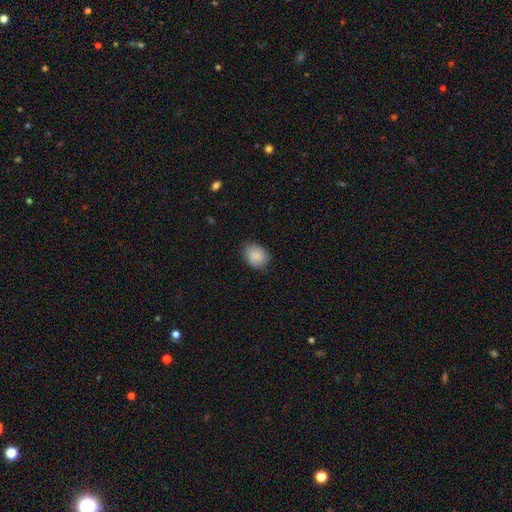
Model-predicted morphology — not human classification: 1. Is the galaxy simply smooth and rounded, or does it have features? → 89% smooth, 7% star or artifact, 4% featured or disk.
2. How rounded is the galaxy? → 63% in between, 36% round, 1% cigar-shaped.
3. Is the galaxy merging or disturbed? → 79% none, 17% minor disturbance, 3% major disturbance, 1% merger.